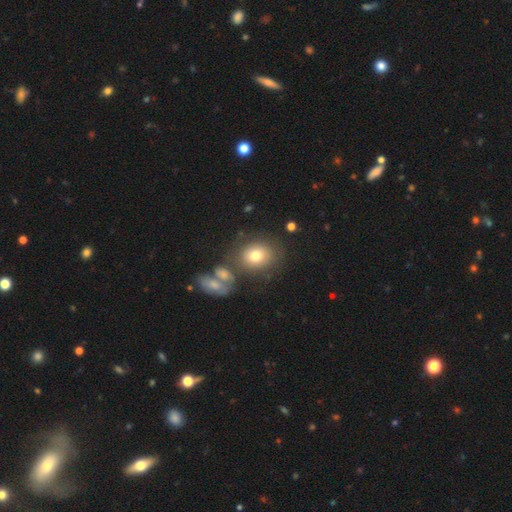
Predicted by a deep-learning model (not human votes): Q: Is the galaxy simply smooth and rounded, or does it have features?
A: smooth — 76%.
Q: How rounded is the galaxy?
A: round — 52%.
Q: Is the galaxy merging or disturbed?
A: none — 67%.